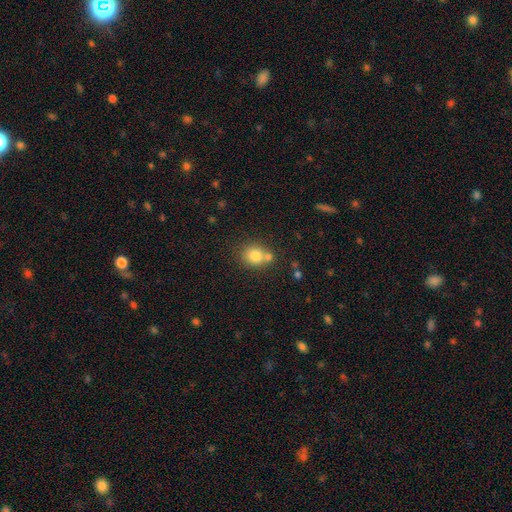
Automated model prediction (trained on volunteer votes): This appears to be a smooth galaxy with no disk features (80%) that is round (71%). Merging: none (56%).